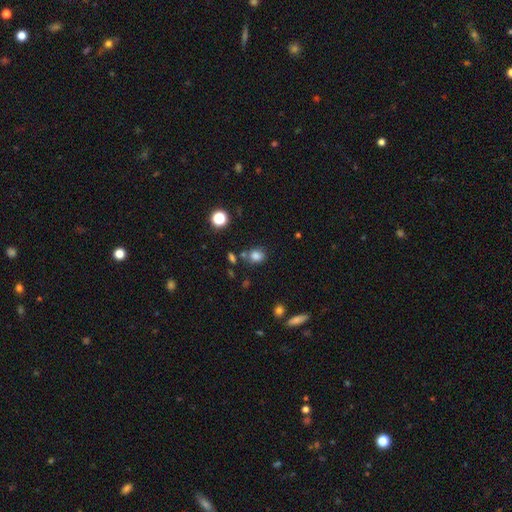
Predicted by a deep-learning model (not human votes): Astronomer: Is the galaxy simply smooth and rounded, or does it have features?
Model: smooth — 81%.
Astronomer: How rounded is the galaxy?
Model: round — 61% (runner-up: in between, 38%).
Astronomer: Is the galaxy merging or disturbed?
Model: none — 71%.